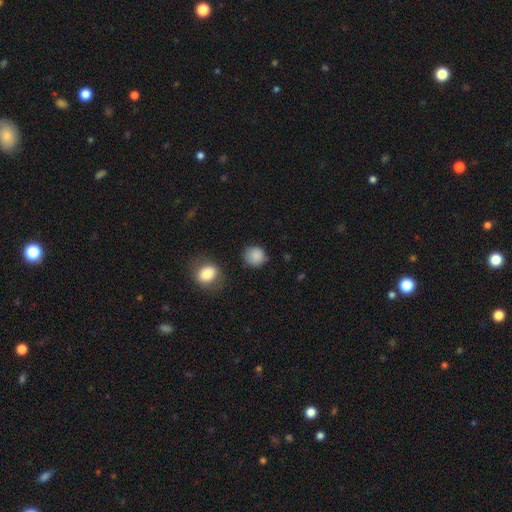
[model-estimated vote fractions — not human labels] Overall: smooth (87%). How rounded: round (88%). Merging: none (79%).